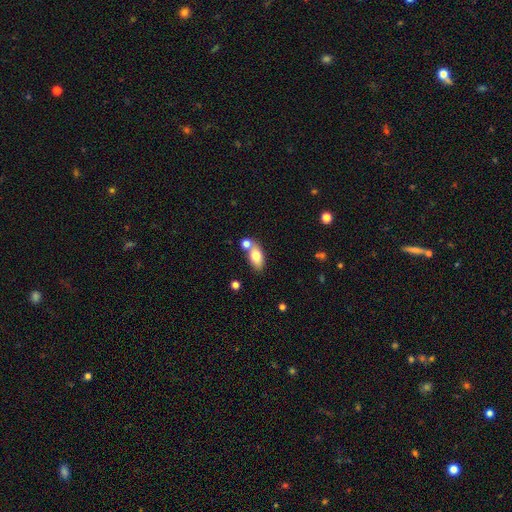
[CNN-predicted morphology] Smooth or featured? Predicted: smooth (p=0.76). How rounded? Predicted: in between (p=0.87). Merging? Predicted: none (p=0.52).